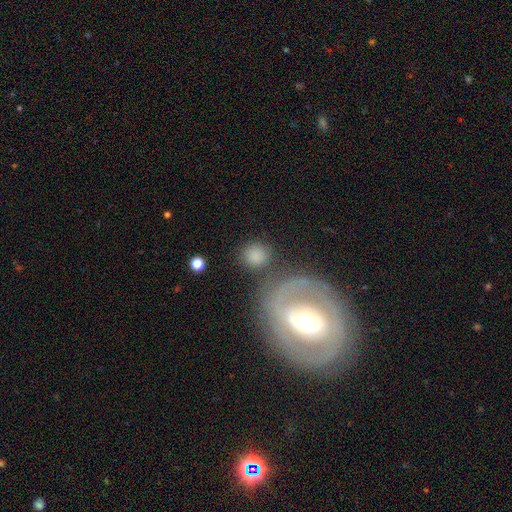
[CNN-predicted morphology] type=smooth (80%); roundness=round (84%); merging=none (69%).